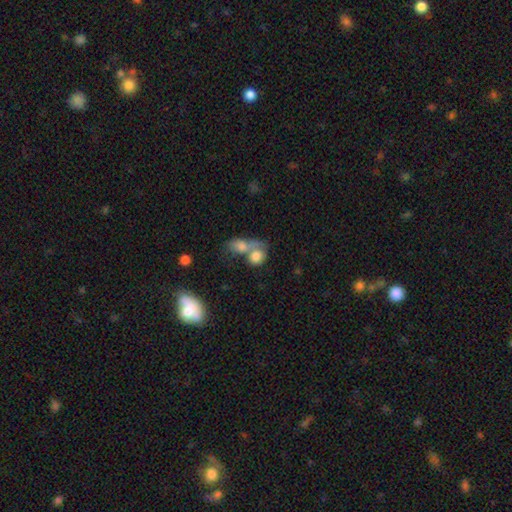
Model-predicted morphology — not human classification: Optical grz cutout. It shows a smooth galaxy with no disk features (78%) that is round (50%). Merging: merger (63%).